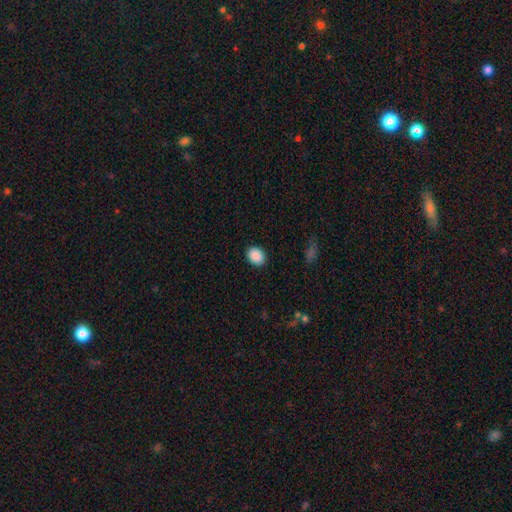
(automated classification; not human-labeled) The model was most divided on "how rounded": in between: 54%, round: 45%, cigar-shaped: 1%. More confident: merging — none (90%); smooth or featured — smooth (89%).